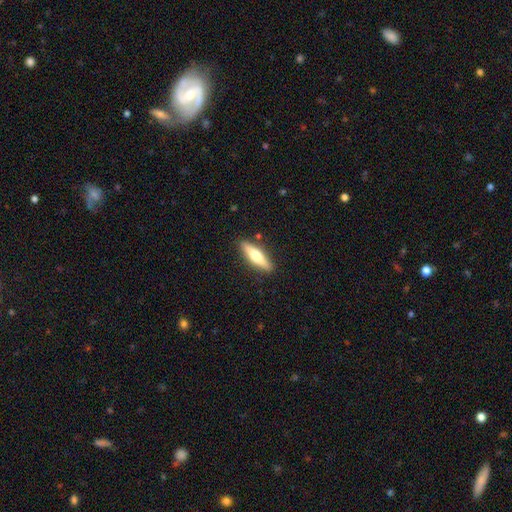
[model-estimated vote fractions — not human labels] This appears to be a featured or disk galaxy (48%). Merging: none (89%).